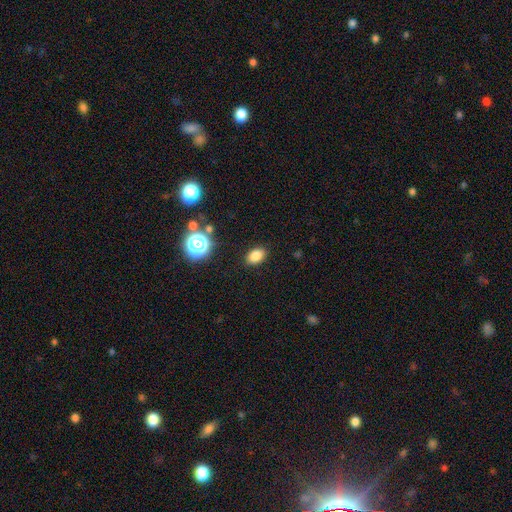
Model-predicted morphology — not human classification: smooth-or-featured: smooth: 82% | star or artifact: 12% | featured or disk: 6%
  how-rounded: in between: 83% | round: 16% | cigar-shaped: 2%
  merging: none: 87% | minor disturbance: 9% | major disturbance: 3% | merger: 2%